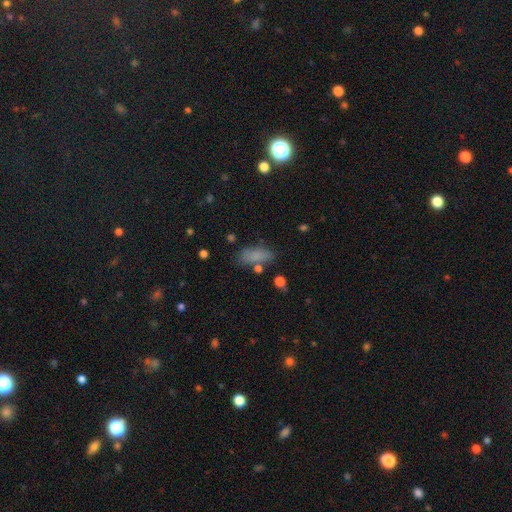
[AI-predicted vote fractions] Smooth or featured?
  - smooth: 79% *
  - featured or disk: 10%
  - star or artifact: 10%
How rounded?
  - in between: 78% *
  - cigar-shaped: 18%
  - round: 4%
Merging?
  - none: 67% *
  - minor disturbance: 19%
  - merger: 7%
  - major disturbance: 7%